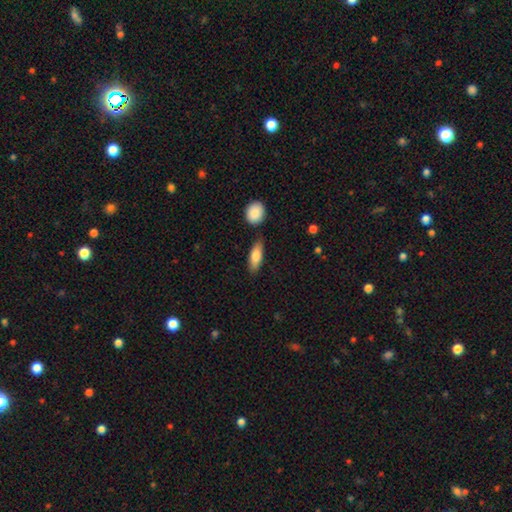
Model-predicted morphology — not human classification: This appears to be a smooth galaxy with no disk features (81%) that is in between round and cigar-shaped (66%). Merging: none (76%).